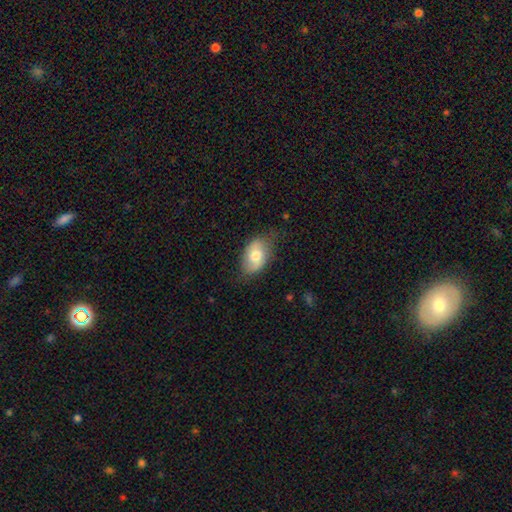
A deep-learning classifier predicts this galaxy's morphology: smooth-or-featured: smooth: 64% | featured or disk: 30% | star or artifact: 6%
  how-rounded: in between: 90% | round: 9% | cigar-shaped: 2%
  merging: none: 68% | minor disturbance: 25% | major disturbance: 6% | merger: 1%